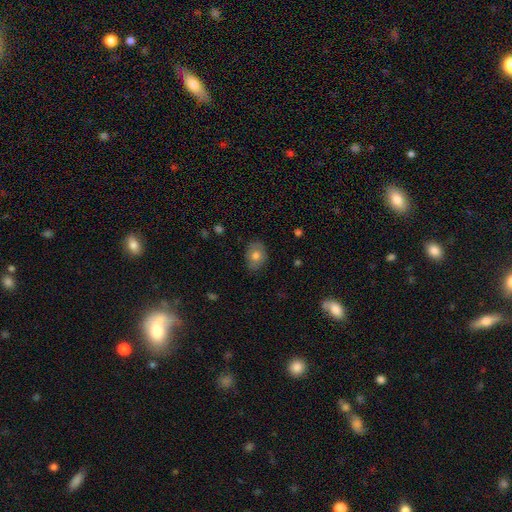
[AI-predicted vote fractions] Morphology: type=smooth (76%); roundness=in between (64%); merging=none (81%).